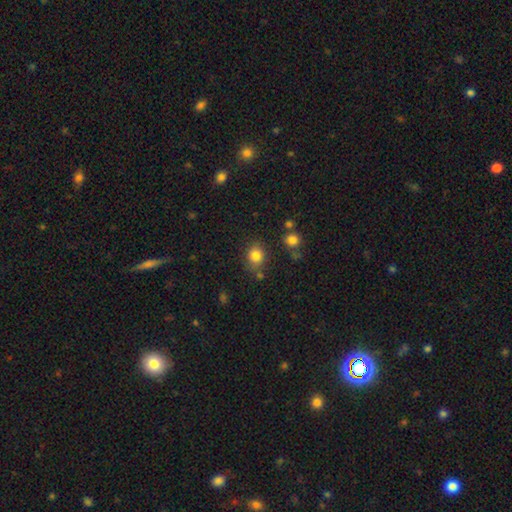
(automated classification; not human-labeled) A smooth galaxy with no disk features (83%) that is round (69%). Merging: none (76%).